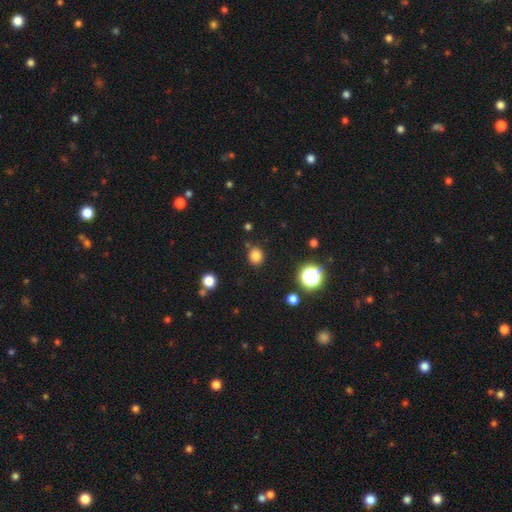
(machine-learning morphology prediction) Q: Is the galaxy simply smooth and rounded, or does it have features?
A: smooth — 81%.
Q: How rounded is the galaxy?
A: round — 82%.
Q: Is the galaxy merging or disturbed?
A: none — 85%.